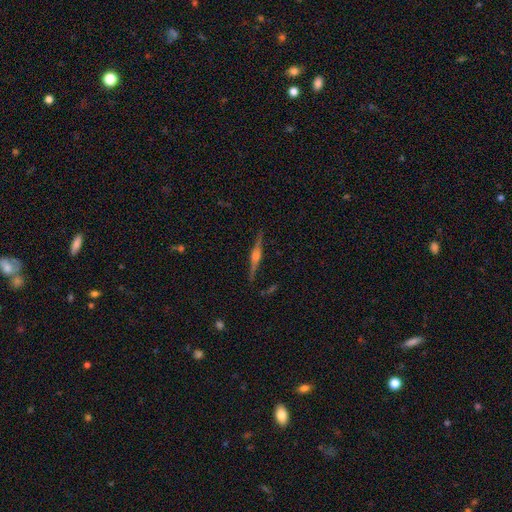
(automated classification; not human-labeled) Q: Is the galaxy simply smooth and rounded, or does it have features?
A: featured or disk — 83%.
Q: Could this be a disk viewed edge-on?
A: yes — 98%.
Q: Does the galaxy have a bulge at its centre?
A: rounded — 86%.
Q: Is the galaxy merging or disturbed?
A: none — 90%.